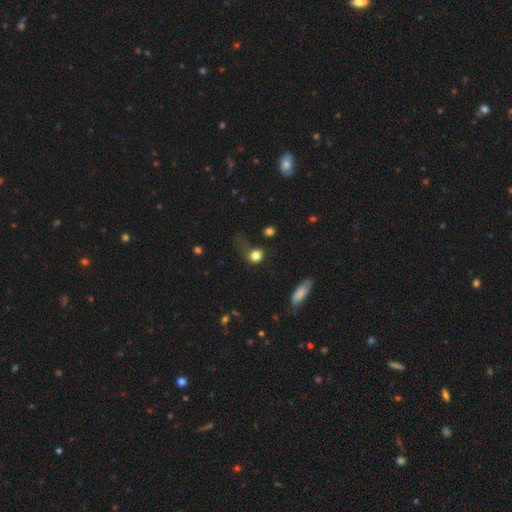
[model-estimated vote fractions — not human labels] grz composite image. It shows a smooth galaxy with no disk features (80%) that is round (71%). Merging: none (38%).